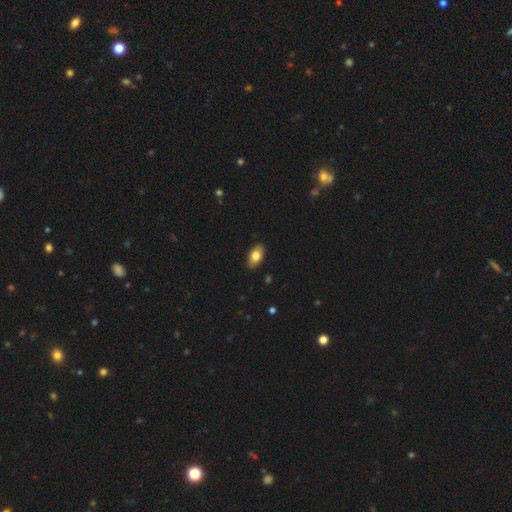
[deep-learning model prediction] This is clearly a smooth galaxy (82%). How rounded: clearly in between (93%). Merging: clearly none (88%).